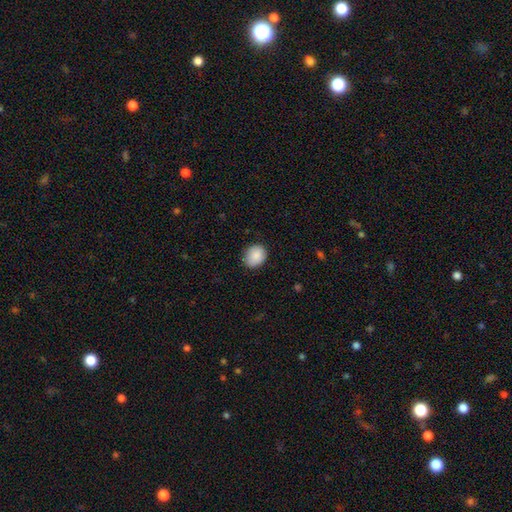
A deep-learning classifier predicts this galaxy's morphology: type=smooth (89%); roundness=round (61%); merging=none (84%).